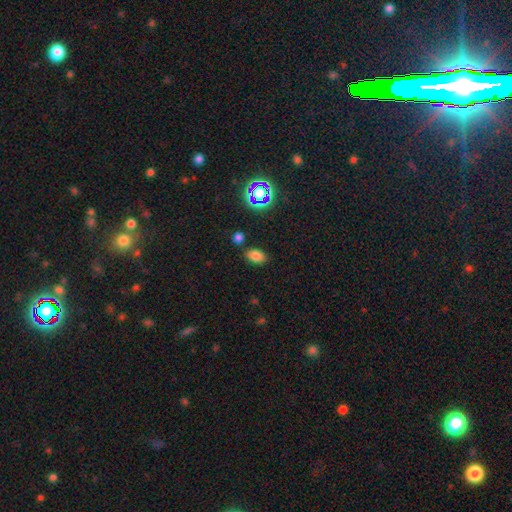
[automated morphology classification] Overall: smooth (76%). How rounded: in between (87%). Merging: none (81%).